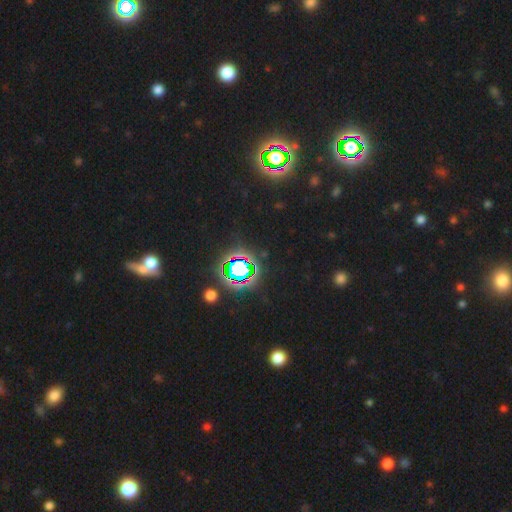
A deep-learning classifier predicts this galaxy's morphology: type=star or artifact (80%).